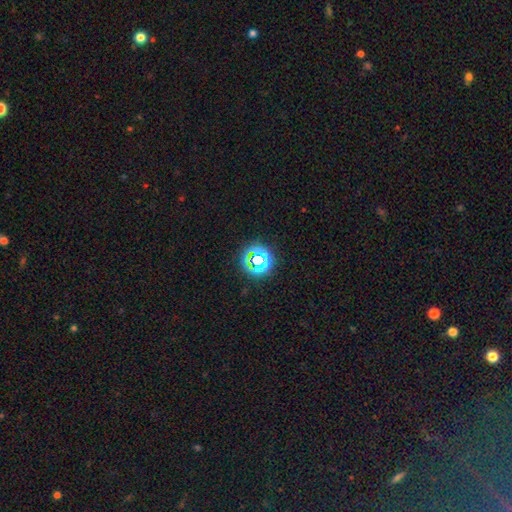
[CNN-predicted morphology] Smooth or featured? Predicted: star or artifact (p=0.62).